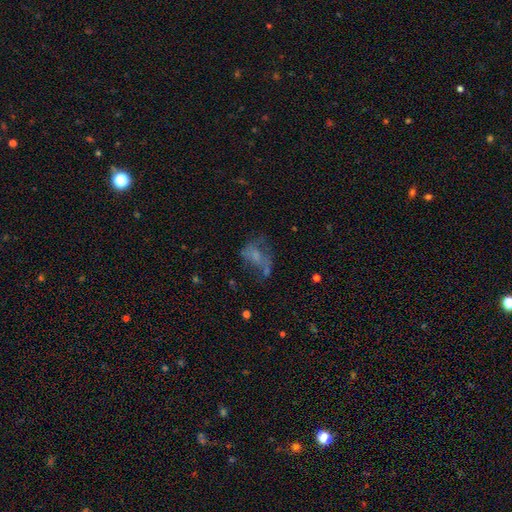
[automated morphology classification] Smooth or featured? Predicted: smooth (p=0.44). Merging? Predicted: major disturbance (p=0.40).